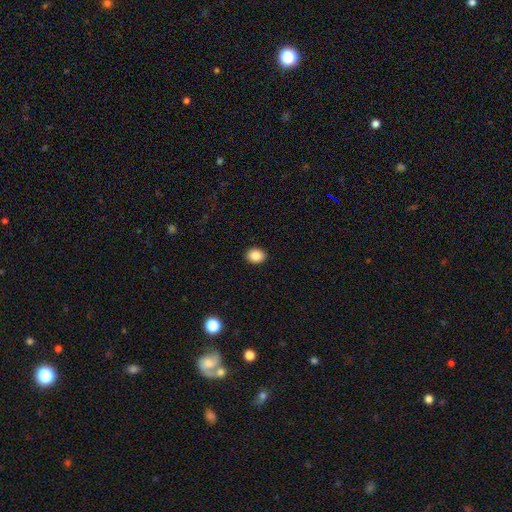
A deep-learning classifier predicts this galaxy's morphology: This appears to be a smooth galaxy with no disk features (86%) that is in between round and cigar-shaped (54%). Merging: none (91%).